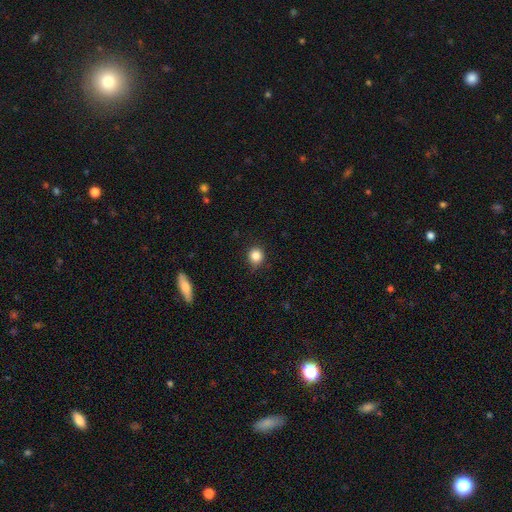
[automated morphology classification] smooth_or_featured: smooth (p=0.84) [alt: star or artifact p=0.11]
how_rounded: round (p=0.88) [alt: in between p=0.11]
merging: none (p=0.82) [alt: minor disturbance p=0.14]